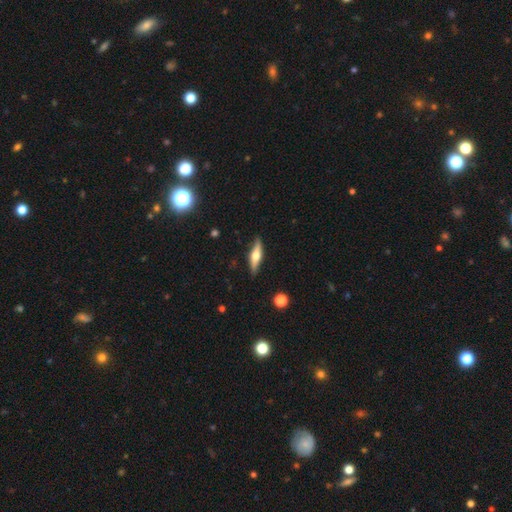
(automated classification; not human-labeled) A featured or disk galaxy (58%) viewed edge-on (93%) with a rounded central bulge (93%).

Vote fractions:
- Smooth or featured? featured or disk: 58% / smooth: 36% / star or artifact: 6%
- Edge-on disk? yes: 93% / no: 7%
- Edge-on bulge? rounded: 93% / boxy: 4% / none: 3%
- Merging? none: 87% / minor disturbance: 10% / major disturbance: 2% / merger: 1%